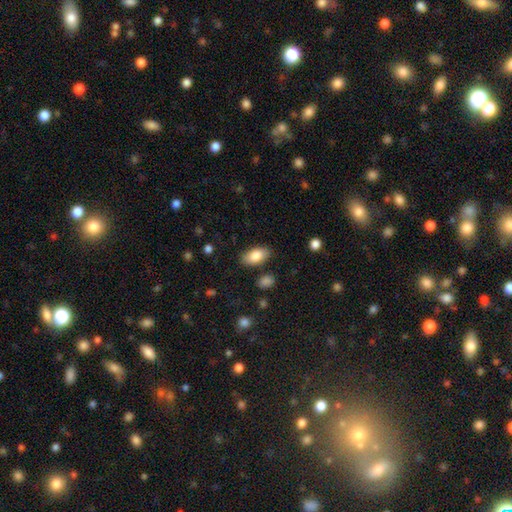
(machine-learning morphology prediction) Overall: smooth (83%). How rounded: in between (93%). Merging: none (84%).